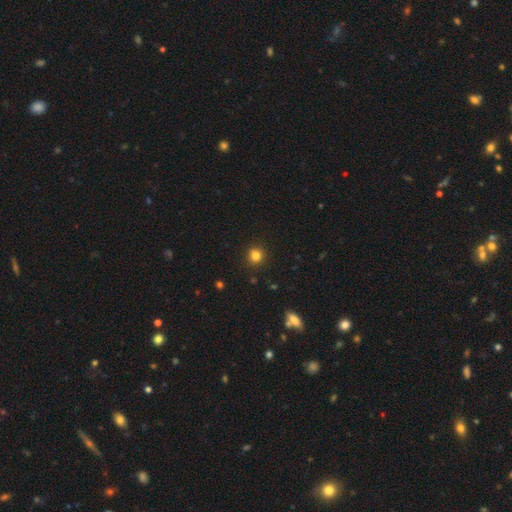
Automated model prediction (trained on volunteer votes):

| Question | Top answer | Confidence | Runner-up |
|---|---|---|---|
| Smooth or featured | smooth | 83% | star or artifact (12%) |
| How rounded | round | 92% | in between (7%) |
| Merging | none | 91% | minor disturbance (6%) |